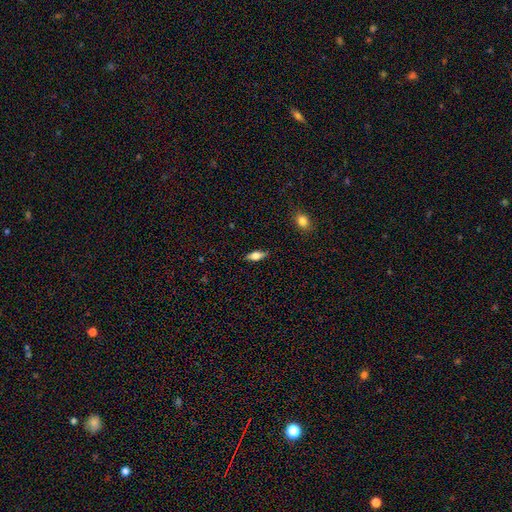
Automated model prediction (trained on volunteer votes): A smooth galaxy with no disk features (63%) that is in between round and cigar-shaped (70%). Merging: none (87%).